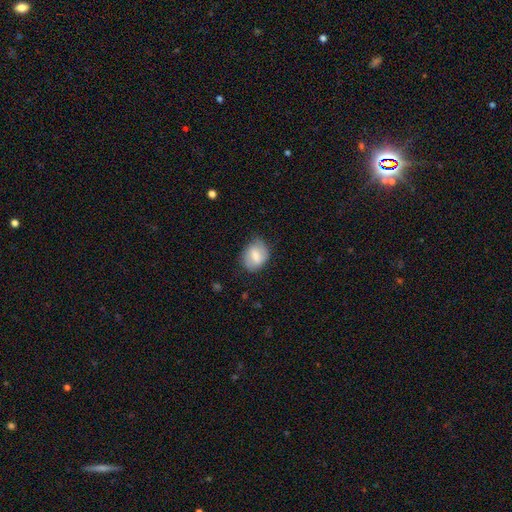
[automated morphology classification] The model was most divided on "how rounded": in between: 62%, round: 36%, cigar-shaped: 1%. More confident: merging — none (70%); smooth or featured — smooth (64%).